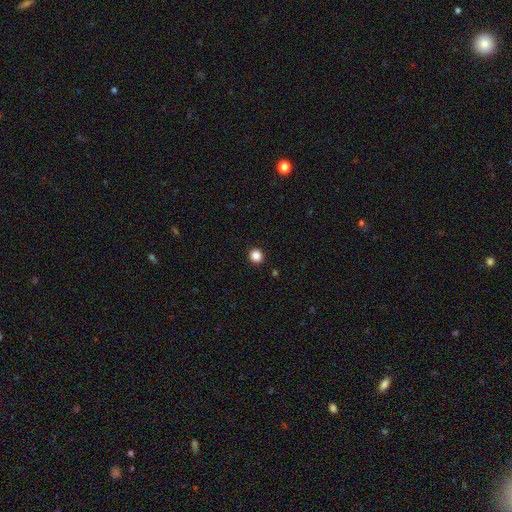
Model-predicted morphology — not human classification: Smooth or featured: smooth — 86% (star or artifact — 11%)
How rounded: round — 93% (in between — 6%)
Merging: none — 93% (minor disturbance — 4%)